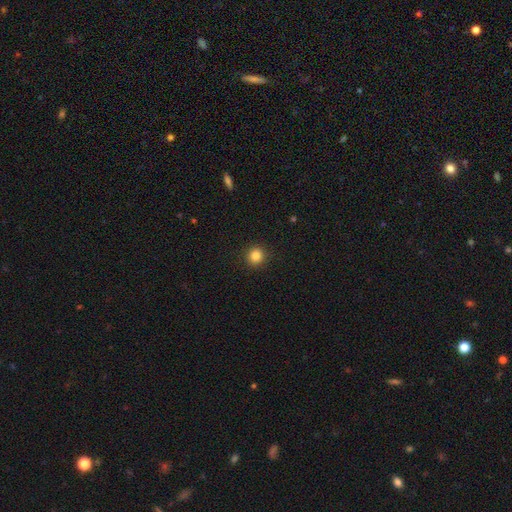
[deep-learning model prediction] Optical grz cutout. It shows a smooth galaxy with no disk features (84%) that is round (93%). Merging: none (92%).